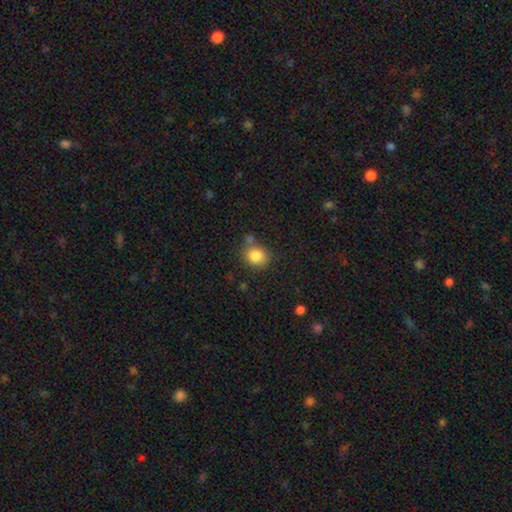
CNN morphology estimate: Smooth or featured: smooth — 84% (star or artifact — 10%)
How rounded: round — 75% (in between — 25%)
Merging: none — 67% (minor disturbance — 15%)